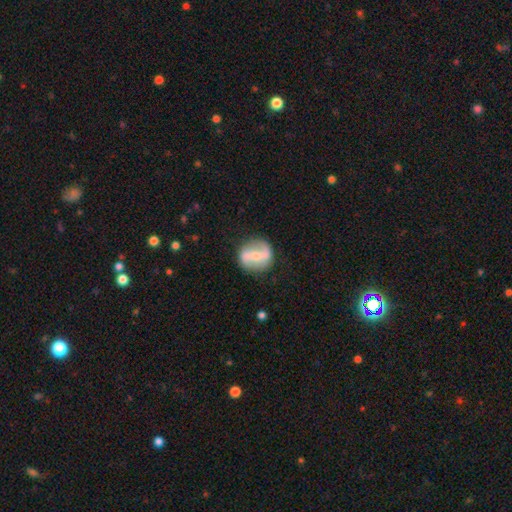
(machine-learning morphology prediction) Smooth or featured: featured or disk — 66% (smooth — 28%)
Edge-on disk: no — 96% (yes — 4%)
Bar: strong — 44% (weak — 31%)
Spiral arms: yes — 74% (no — 26%)
Bulge size: small — 55% (moderate — 37%)
Merging: none — 77% (minor disturbance — 14%)